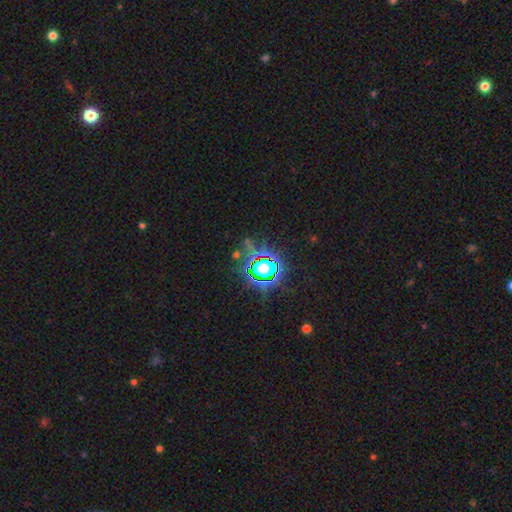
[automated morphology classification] The model was most divided on "smooth or featured": star or artifact: 83%, smooth: 10%, featured or disk: 7%.